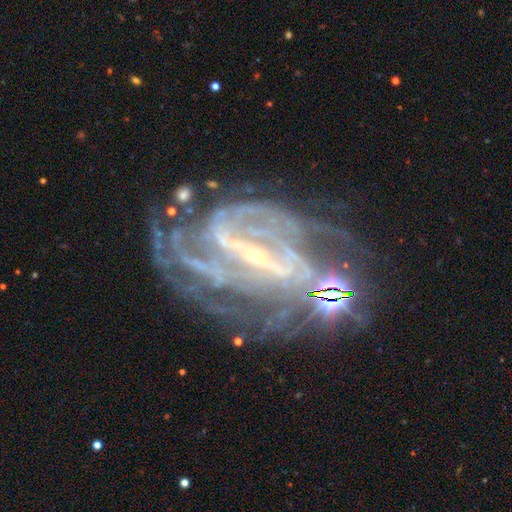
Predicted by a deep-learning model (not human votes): A featured or disk galaxy (89%) with a strong bar (65%), 4 (25%, tied with can't tell) tight (57%) spiral arms (96%) and a small central bulge (82%). Merging: none (55%).